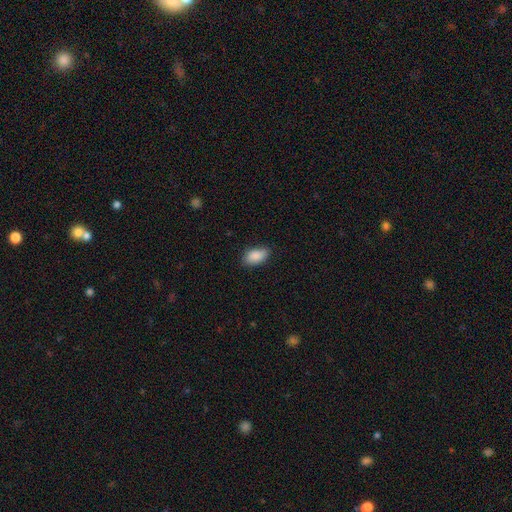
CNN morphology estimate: smooth_or_featured: smooth (p=0.88) [alt: star or artifact p=0.07]
how_rounded: in between (p=0.92) [alt: cigar-shaped p=0.04]
merging: none (p=0.81) [alt: minor disturbance p=0.15]